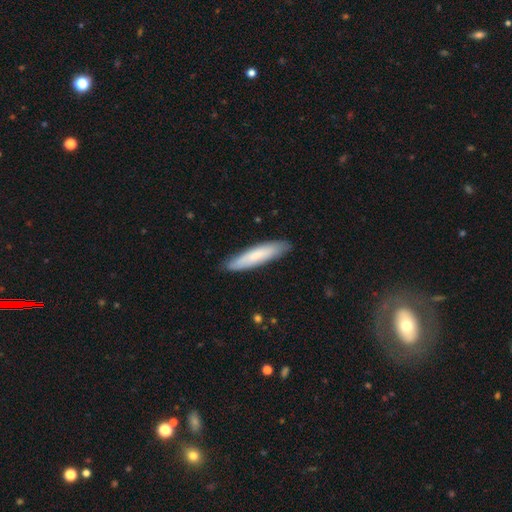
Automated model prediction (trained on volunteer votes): Smooth or featured? Predicted: smooth (p=0.75). How rounded? Predicted: cigar-shaped (p=0.84). Merging? Predicted: none (p=0.87).